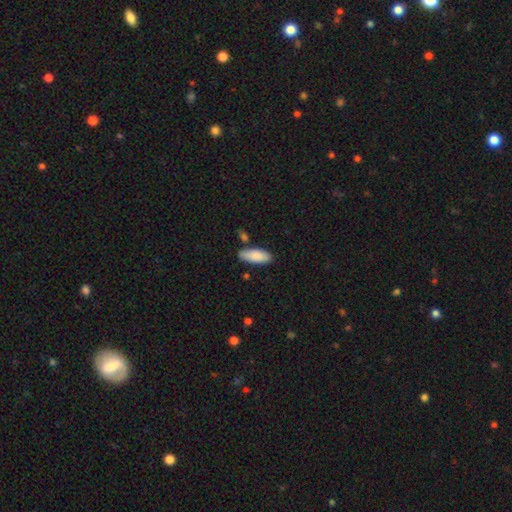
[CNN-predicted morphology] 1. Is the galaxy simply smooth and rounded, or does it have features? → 88% smooth, 6% featured or disk, 6% star or artifact.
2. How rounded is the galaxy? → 75% in between, 23% cigar-shaped, 2% round.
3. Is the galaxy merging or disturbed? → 78% none, 13% minor disturbance, 6% merger, 3% major disturbance.